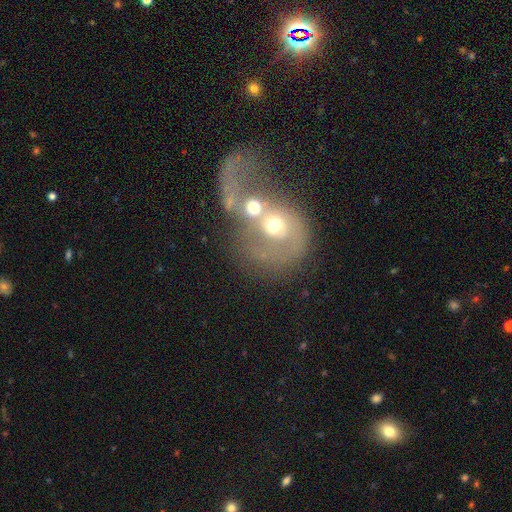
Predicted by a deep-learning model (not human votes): Overall: featured or disk (64%; smooth 25%). Edge-on disk: no (97%). Bar: no (79%). Spiral arms: yes (58%; no 42%). Bulge size: moderate (65%). Merging: merger (73%).